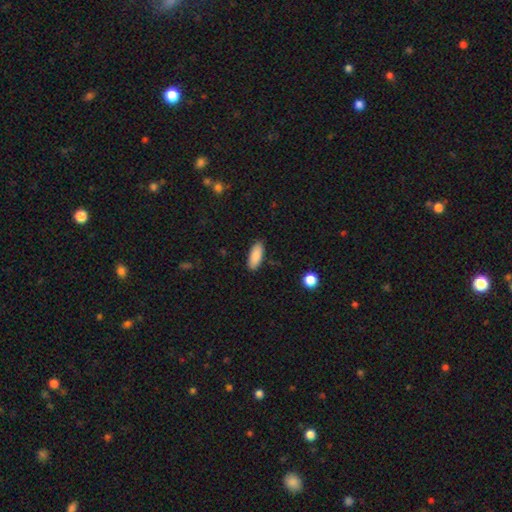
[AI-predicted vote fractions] Q: Smooth or featured?
A: smooth (88%); runner-up: star or artifact (6%)
Q: How rounded?
A: in between (78%); runner-up: cigar-shaped (20%)
Q: Merging?
A: none (88%); runner-up: minor disturbance (9%)